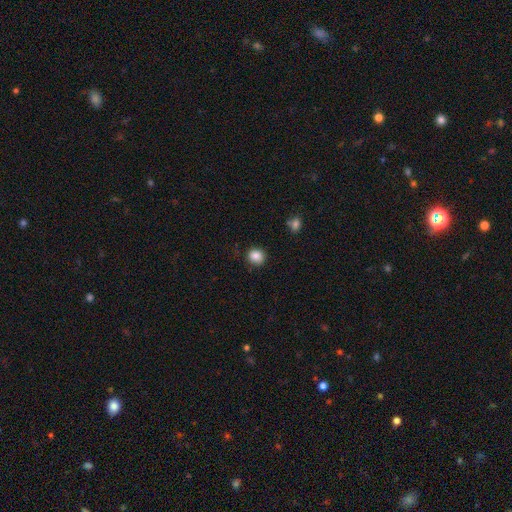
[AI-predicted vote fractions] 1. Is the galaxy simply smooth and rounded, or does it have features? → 86% smooth, 10% star or artifact, 4% featured or disk.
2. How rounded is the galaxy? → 83% round, 16% in between, 1% cigar-shaped.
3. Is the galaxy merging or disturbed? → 87% none, 9% minor disturbance, 2% major disturbance, 2% merger.